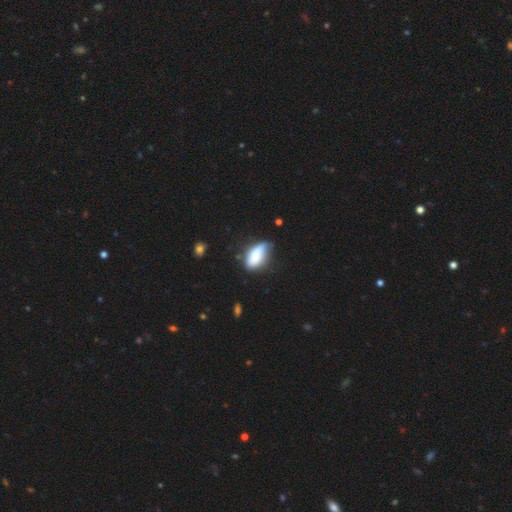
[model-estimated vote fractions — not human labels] Smooth or featured: smooth — 79% (featured or disk — 13%)
How rounded: in between — 90% (cigar-shaped — 7%)
Merging: none — 41% (minor disturbance — 40%)